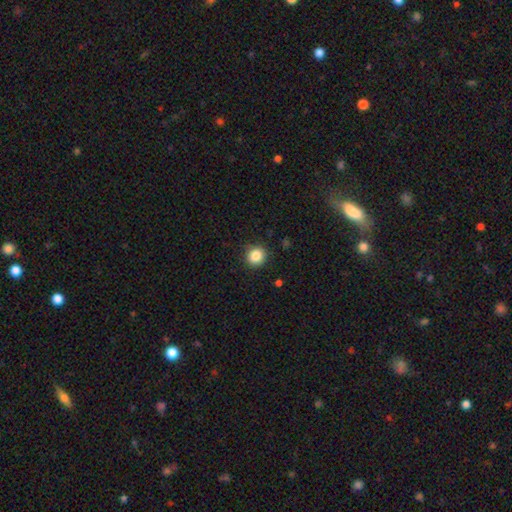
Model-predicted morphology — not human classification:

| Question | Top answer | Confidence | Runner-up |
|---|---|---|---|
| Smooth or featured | smooth | 85% | star or artifact (10%) |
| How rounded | round | 92% | in between (7%) |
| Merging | none | 89% | minor disturbance (8%) |